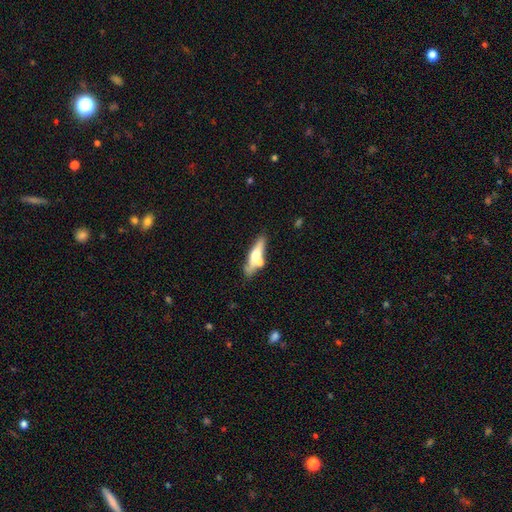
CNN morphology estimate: This is possibly a smooth galaxy (47%, tied with featured or disk). Merging: likely none (60%).